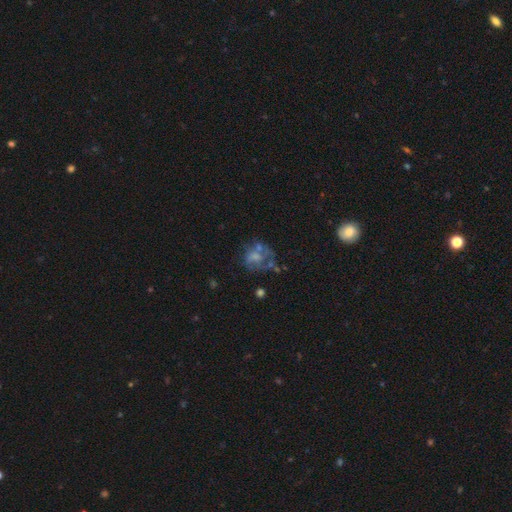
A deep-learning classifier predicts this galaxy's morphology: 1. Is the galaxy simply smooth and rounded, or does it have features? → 51% featured or disk, 37% smooth, 12% star or artifact.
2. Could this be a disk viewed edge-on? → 98% no, 2% yes.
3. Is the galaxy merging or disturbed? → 36% none, 30% major disturbance, 20% minor disturbance, 14% merger.